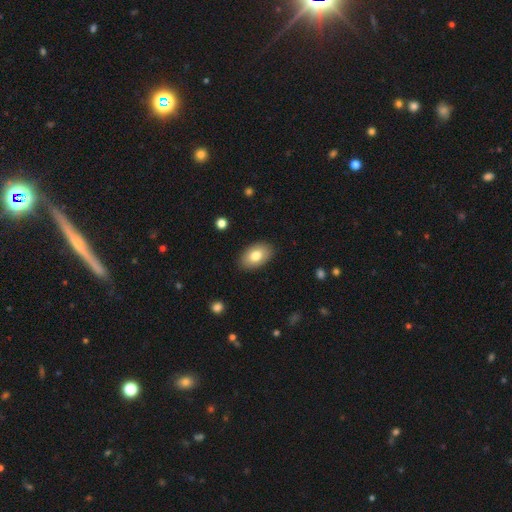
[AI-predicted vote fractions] smooth-or-featured: smooth: 78% | featured or disk: 15% | star or artifact: 7%
  how-rounded: in between: 92% | round: 7% | cigar-shaped: 1%
  merging: none: 87% | minor disturbance: 9% | major disturbance: 2% | merger: 1%